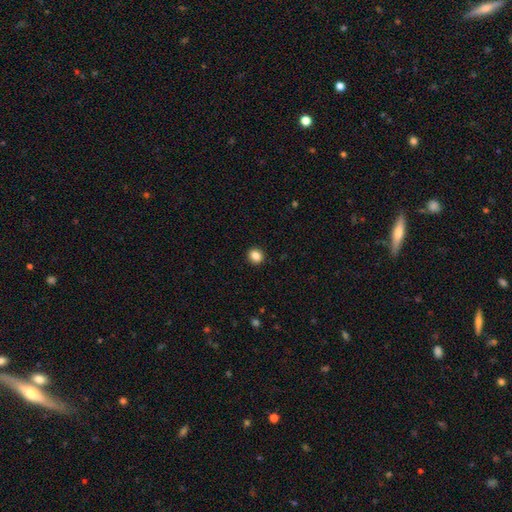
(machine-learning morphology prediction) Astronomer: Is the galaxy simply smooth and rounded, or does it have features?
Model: smooth — 85%.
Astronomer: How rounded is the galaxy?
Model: round — 82%.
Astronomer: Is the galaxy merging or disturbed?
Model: none — 92%.